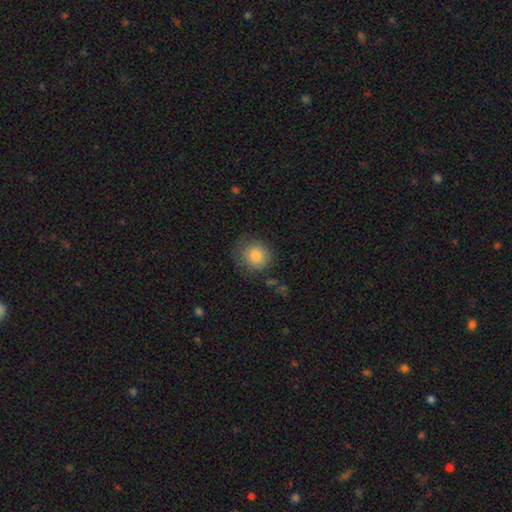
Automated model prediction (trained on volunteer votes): A smooth galaxy with no disk features (83%) that is round (88%). Merging: none (71%).